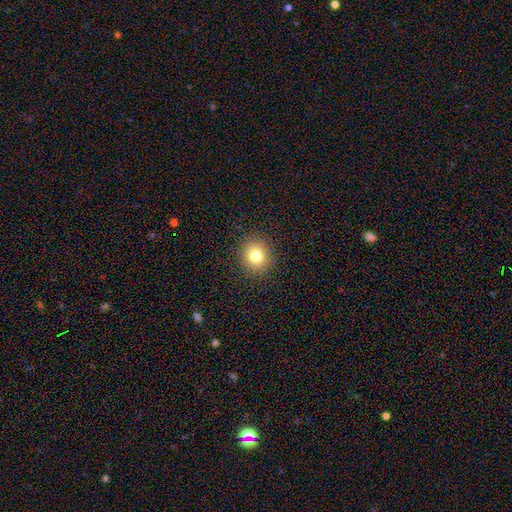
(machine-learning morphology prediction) smooth 80%, star or artifact 12%, featured or disk 8%. Down the decision tree: how rounded — round (84%); merging — none (90%).